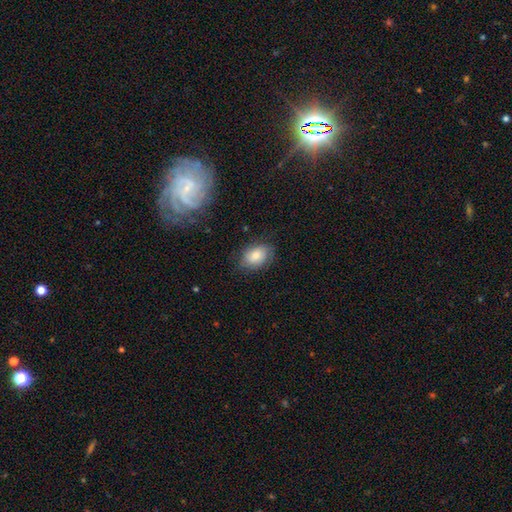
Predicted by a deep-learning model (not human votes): Morphology: type=smooth (77%); roundness=in between (81%); merging=none (75%).